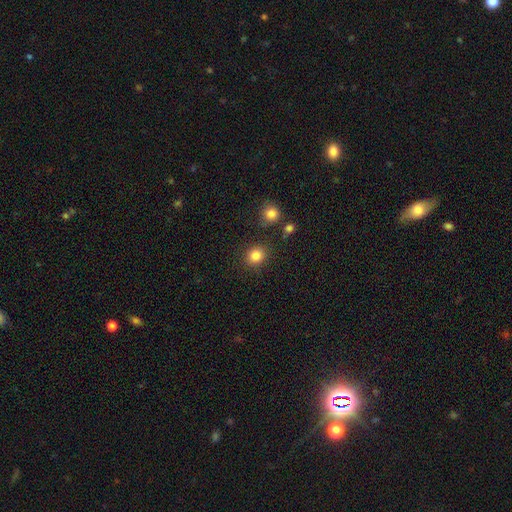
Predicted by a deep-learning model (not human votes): Overall: smooth (84%). How rounded: round (80%). Merging: none (86%).